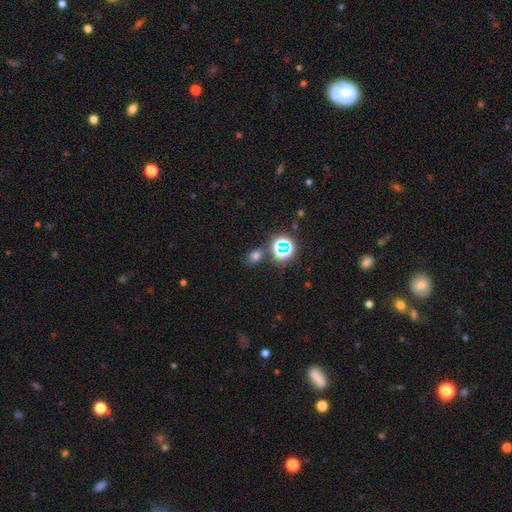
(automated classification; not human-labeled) Overall: smooth (62%; star or artifact 31%). How rounded: round (52%; in between 47%). Merging: none (76%).